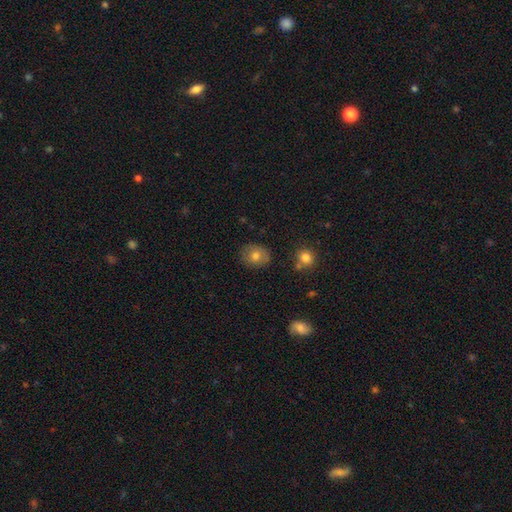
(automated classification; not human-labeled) smooth_or_featured: smooth (p=0.76) [alt: featured or disk p=0.14]
how_rounded: round (p=0.61) [alt: in between p=0.38]
merging: none (p=0.84) [alt: minor disturbance p=0.11]